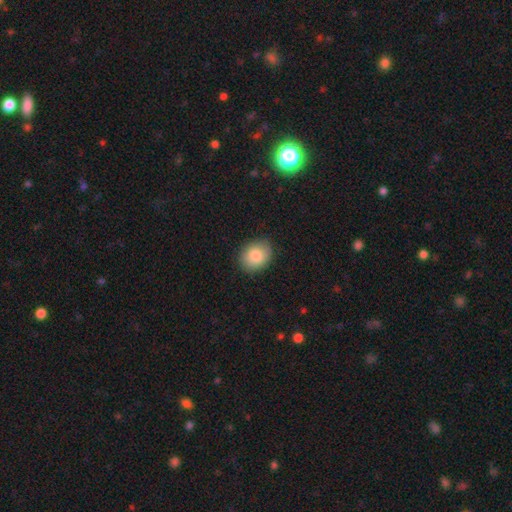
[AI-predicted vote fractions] Overall: smooth (83%). How rounded: in between (50%; round 49%). Merging: none (86%).